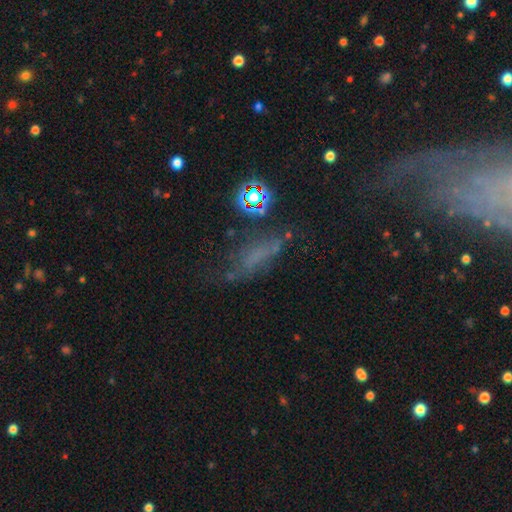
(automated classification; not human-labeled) Smooth or featured? smooth (38%)
Merging? none (43%)